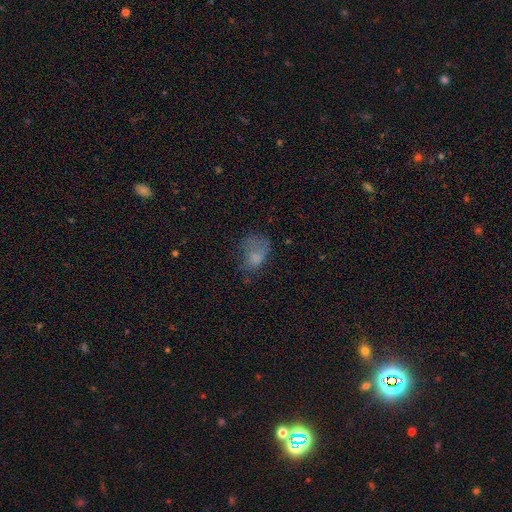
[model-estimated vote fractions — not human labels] This appears to be a smooth galaxy with no disk features (64%) that is in between round and cigar-shaped (73%). Merging: major disturbance (42%).